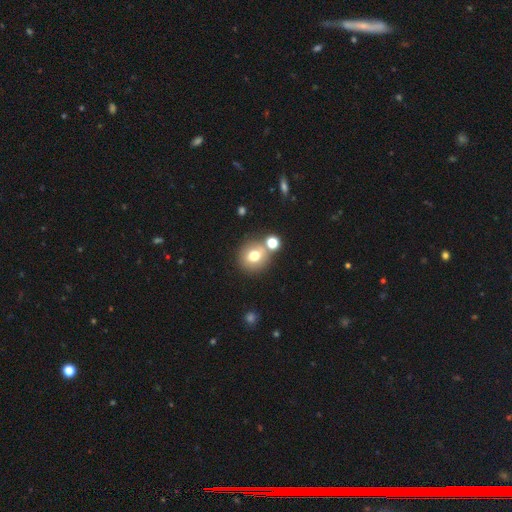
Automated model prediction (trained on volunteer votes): Smooth or featured: smooth — 71% (featured or disk — 16%)
How rounded: round — 81% (in between — 18%)
Merging: none — 68% (merger — 18%)